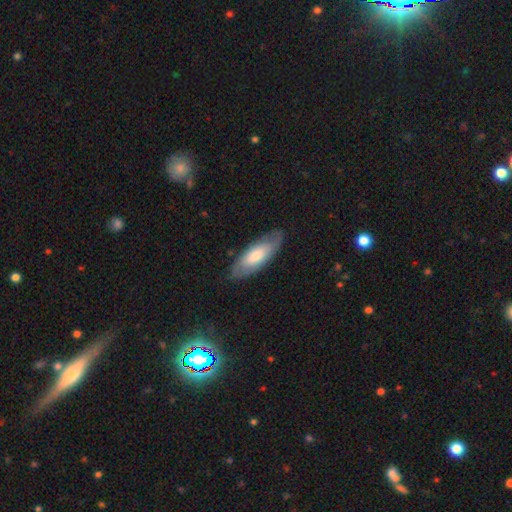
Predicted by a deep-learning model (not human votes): Smooth or featured?
  - smooth: 53% *
  - featured or disk: 40%
  - star or artifact: 7%
How rounded?
  - in between: 72% *
  - cigar-shaped: 26%
  - round: 2%
Merging?
  - none: 81% *
  - minor disturbance: 15%
  - major disturbance: 4%
  - merger: 1%